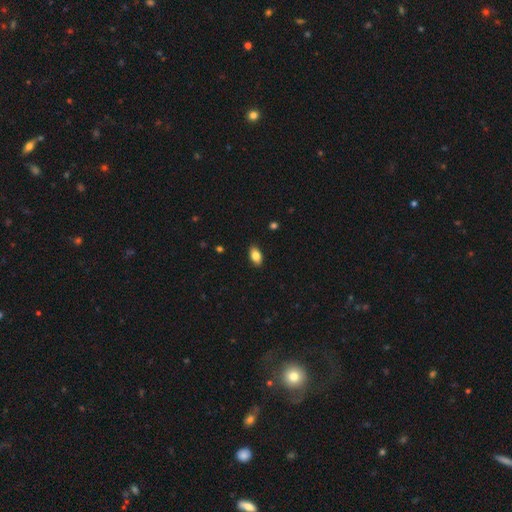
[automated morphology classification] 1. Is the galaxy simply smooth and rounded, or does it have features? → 83% smooth, 10% featured or disk, 8% star or artifact.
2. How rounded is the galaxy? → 91% in between, 5% round, 4% cigar-shaped.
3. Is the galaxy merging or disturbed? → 89% none, 8% minor disturbance, 2% major disturbance, 1% merger.